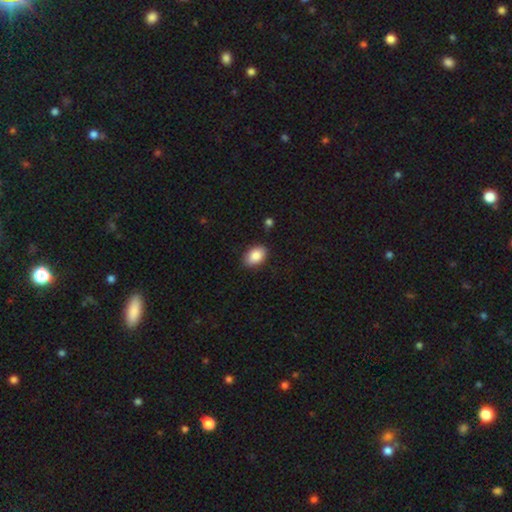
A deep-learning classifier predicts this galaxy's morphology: A smooth galaxy with no disk features (87%) that is in between round and cigar-shaped (88%).

Vote fractions:
- Smooth or featured? smooth: 87% / star or artifact: 7% / featured or disk: 6%
- How rounded? in between: 88% / round: 11% / cigar-shaped: 1%
- Merging? none: 86% / minor disturbance: 10% / major disturbance: 2% / merger: 1%